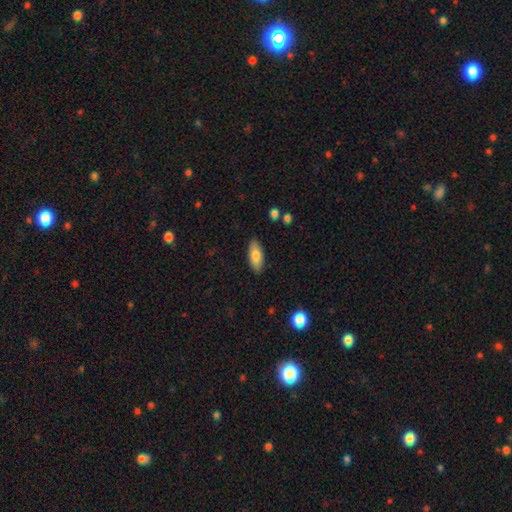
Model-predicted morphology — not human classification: smooth 78%, featured or disk 15%, star or artifact 6%. Down the decision tree: how rounded — in between (84%); merging — none (88%).